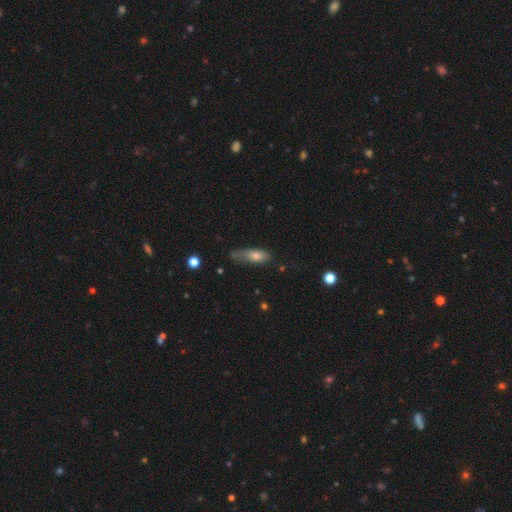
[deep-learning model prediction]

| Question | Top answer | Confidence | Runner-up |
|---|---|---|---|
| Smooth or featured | smooth | 68% | featured or disk (23%) |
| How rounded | in between | 55% | cigar-shaped (41%) |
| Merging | none | 41% | minor disturbance (37%) |